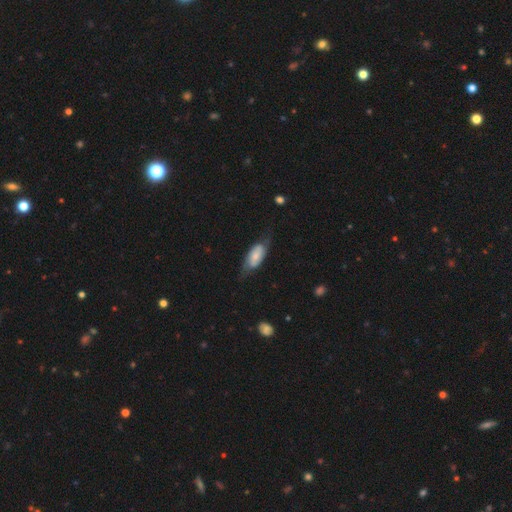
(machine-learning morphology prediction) A featured or disk galaxy (47%).

Vote fractions:
- Smooth or featured? featured or disk: 47% / smooth: 46% / star or artifact: 7%
- Merging? none: 57% / minor disturbance: 27% / major disturbance: 14% / merger: 2%